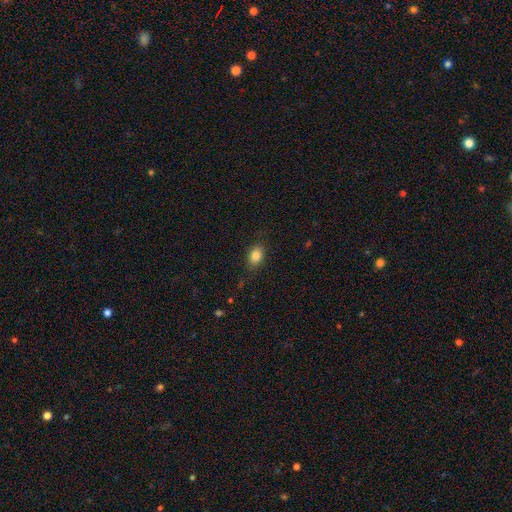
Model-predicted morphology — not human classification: Overall: smooth (84%). How rounded: in between (74%). Merging: none (82%).